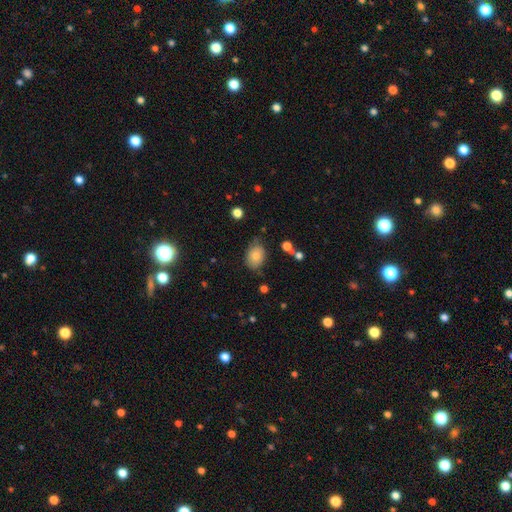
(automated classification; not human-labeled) smooth 80%, featured or disk 11%, star or artifact 9%. Down the decision tree: how rounded — in between (74%); merging — none (66%).